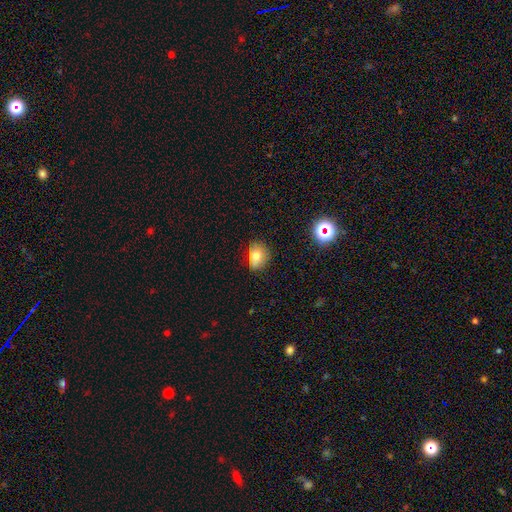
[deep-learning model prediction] Overall: smooth (73%). How rounded: in between (59%; round 39%). Merging: none (50%; minor disturbance 35%).